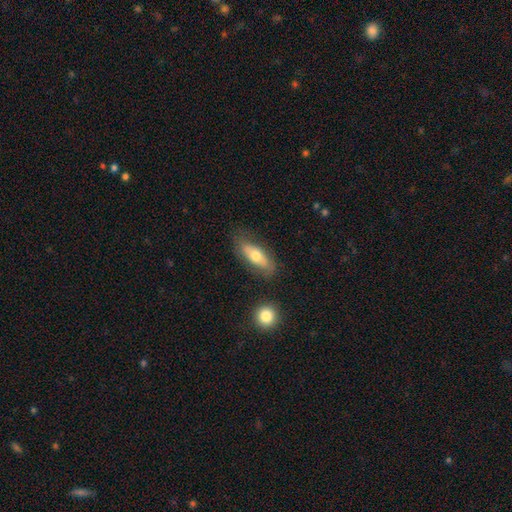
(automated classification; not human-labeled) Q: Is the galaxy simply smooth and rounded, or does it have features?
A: smooth — 59%.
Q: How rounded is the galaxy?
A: in between — 67%.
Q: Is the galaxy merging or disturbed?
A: none — 73%.